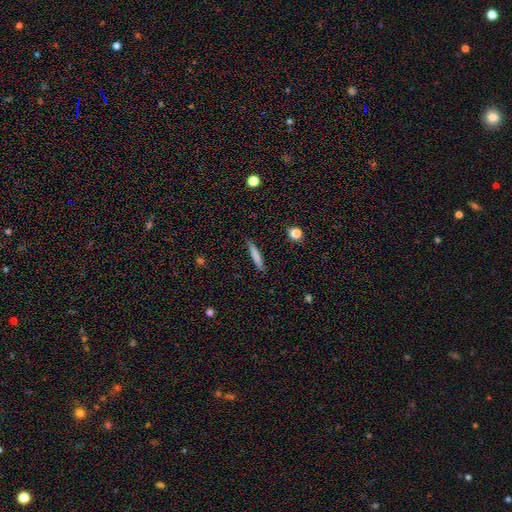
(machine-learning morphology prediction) type=smooth (75%); roundness=cigar-shaped (92%); merging=none (85%).